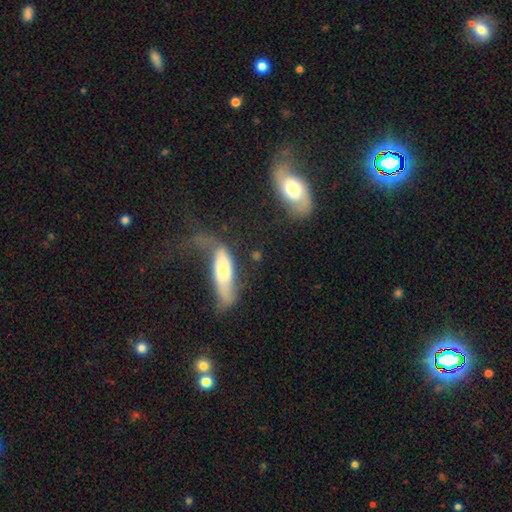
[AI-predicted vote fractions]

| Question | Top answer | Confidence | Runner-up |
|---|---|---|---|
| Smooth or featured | smooth | 49% | featured or disk (42%) |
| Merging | none | 31% | major disturbance (30%) |